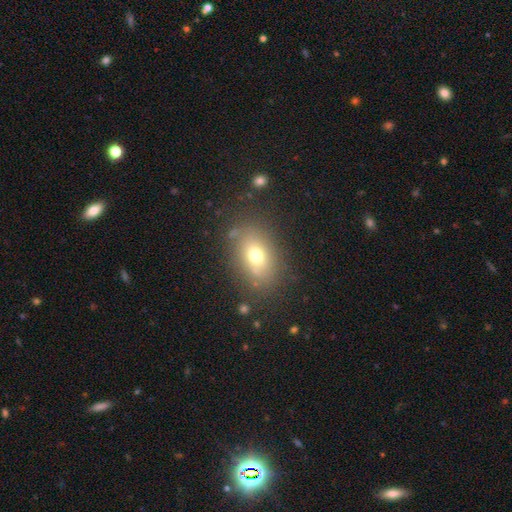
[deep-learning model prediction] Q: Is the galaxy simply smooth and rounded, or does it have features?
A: smooth — 69%.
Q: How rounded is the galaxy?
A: in between — 73%.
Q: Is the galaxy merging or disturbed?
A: none — 78%.